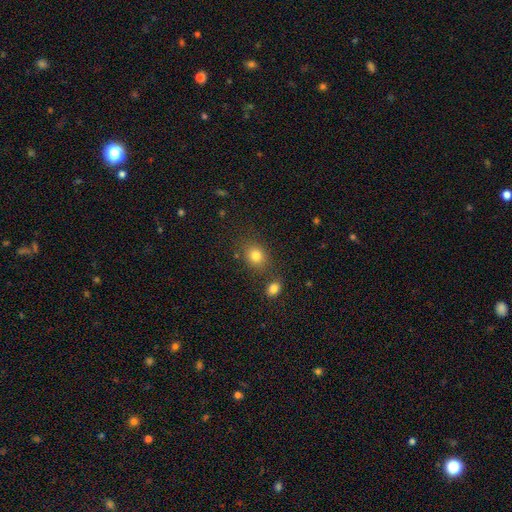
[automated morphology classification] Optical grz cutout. It shows a smooth galaxy with no disk features (81%) that is round (58%). Merging: none (75%).